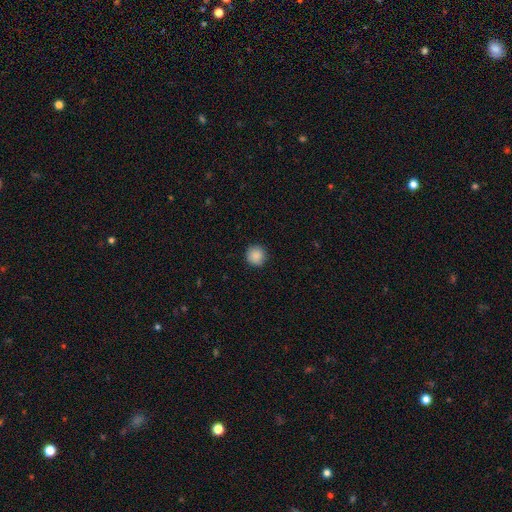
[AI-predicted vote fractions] Smooth or featured?
  - smooth: 88% *
  - star or artifact: 9%
  - featured or disk: 3%
How rounded?
  - round: 95% *
  - in between: 4%
  - cigar-shaped: 1%
Merging?
  - none: 91% *
  - minor disturbance: 6%
  - major disturbance: 2%
  - merger: 1%